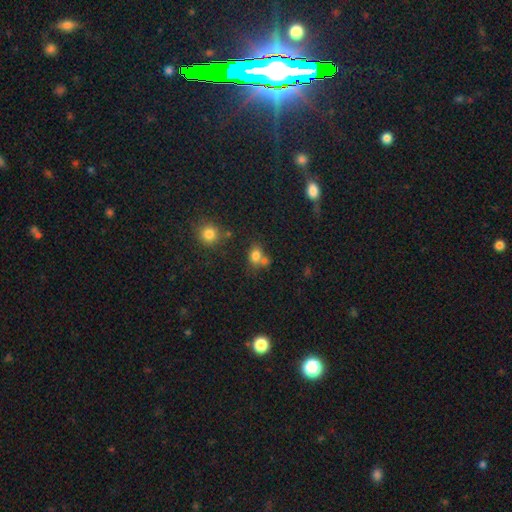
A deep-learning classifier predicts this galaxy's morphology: A smooth galaxy with no disk features (78%) that is in between round and cigar-shaped (57%). Merging: none (47%).